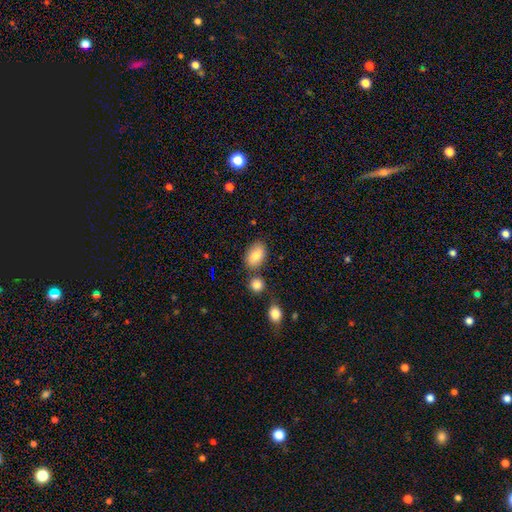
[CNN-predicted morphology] Overall: smooth (83%). How rounded: in between (87%). Merging: none (74%).